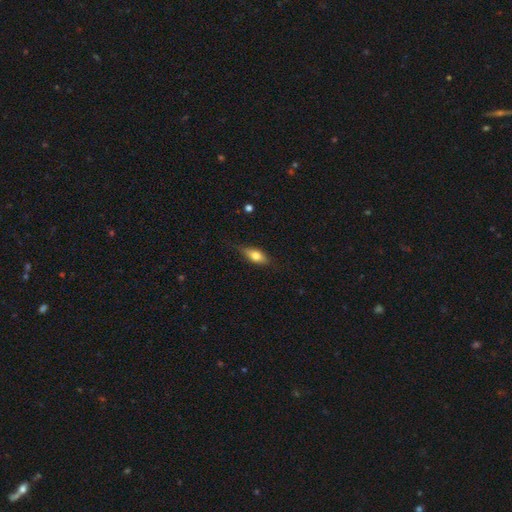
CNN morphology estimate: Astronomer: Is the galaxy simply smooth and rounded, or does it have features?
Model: smooth — 72%.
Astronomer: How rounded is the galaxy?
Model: in between — 75%.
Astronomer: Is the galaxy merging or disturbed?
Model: none — 73%.